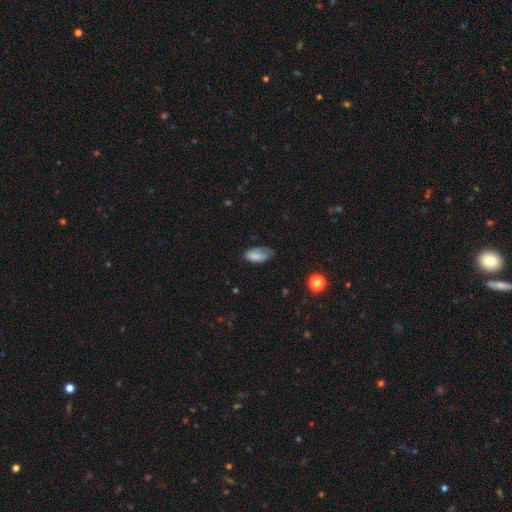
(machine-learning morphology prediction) Smooth or featured? Predicted: smooth (p=0.72). How rounded? Predicted: in between (p=0.91). Merging? Predicted: none (p=0.45).